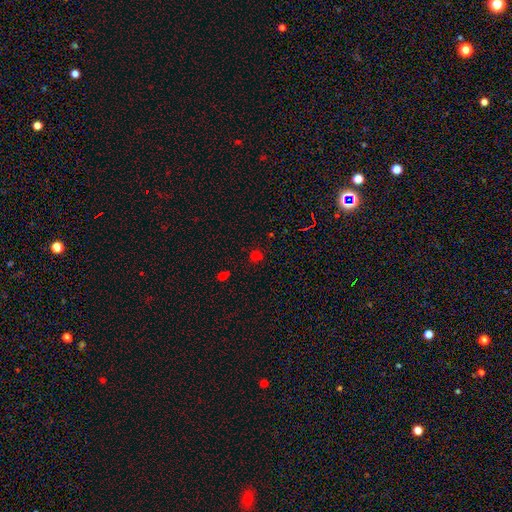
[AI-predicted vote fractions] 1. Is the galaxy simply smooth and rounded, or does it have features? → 64% smooth, 30% star or artifact, 5% featured or disk.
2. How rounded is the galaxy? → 84% round, 15% in between, 1% cigar-shaped.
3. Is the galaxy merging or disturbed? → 80% none, 12% minor disturbance, 4% major disturbance, 4% merger.